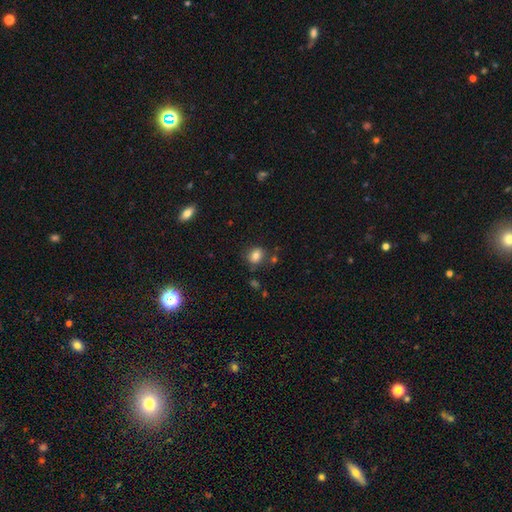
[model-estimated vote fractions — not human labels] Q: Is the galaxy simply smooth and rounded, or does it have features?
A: smooth — 81%.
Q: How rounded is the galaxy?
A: round — 51%.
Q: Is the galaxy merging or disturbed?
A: none — 76%.